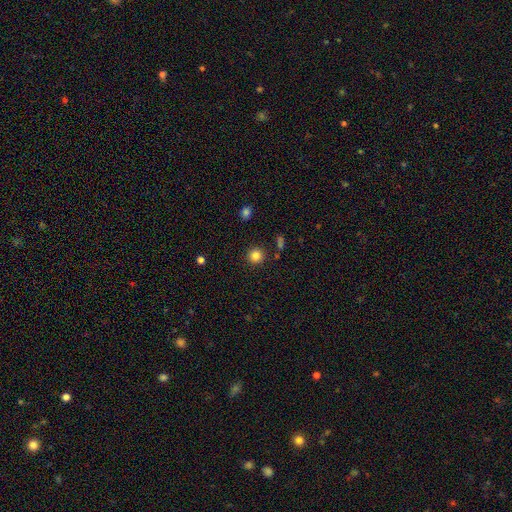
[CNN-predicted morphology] This is clearly a smooth galaxy (84%). How rounded: clearly round (94%). Merging: clearly none (90%).